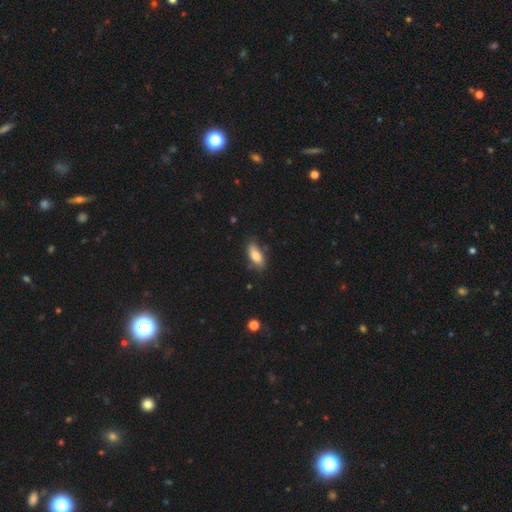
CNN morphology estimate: Smooth or featured? Predicted: smooth (p=0.81). How rounded? Predicted: in between (p=0.82). Merging? Predicted: none (p=0.72).